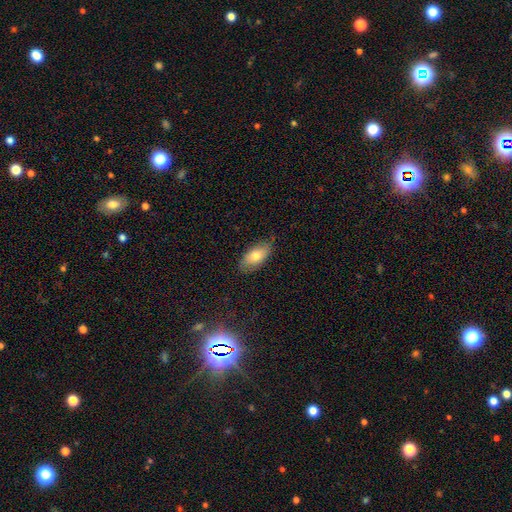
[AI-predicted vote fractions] smooth-or-featured: smooth: 75% | featured or disk: 18% | star or artifact: 7%
  how-rounded: in between: 90% | cigar-shaped: 7% | round: 3%
  merging: none: 82% | minor disturbance: 15% | major disturbance: 3% | merger: 1%